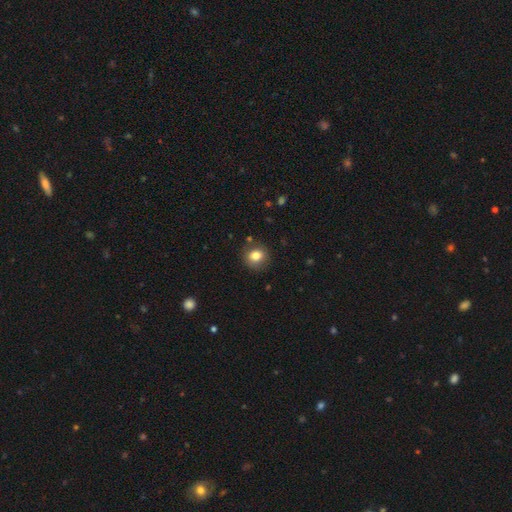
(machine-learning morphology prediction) Smooth or featured? Predicted: smooth (p=0.80). How rounded? Predicted: round (p=0.82). Merging? Predicted: none (p=0.86).